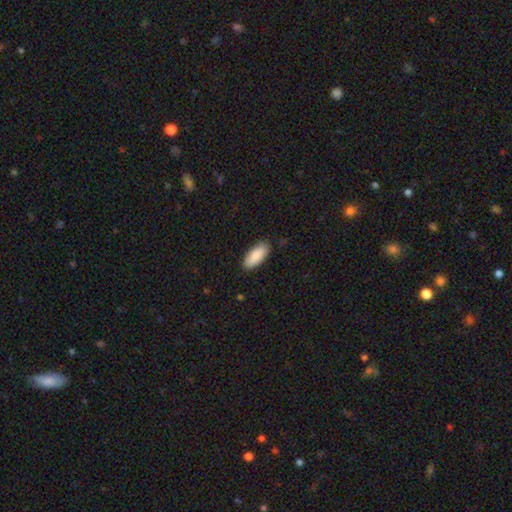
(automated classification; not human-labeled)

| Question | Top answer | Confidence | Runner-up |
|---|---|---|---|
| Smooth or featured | smooth | 89% | star or artifact (5%) |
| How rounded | in between | 83% | cigar-shaped (15%) |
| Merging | none | 87% | minor disturbance (10%) |